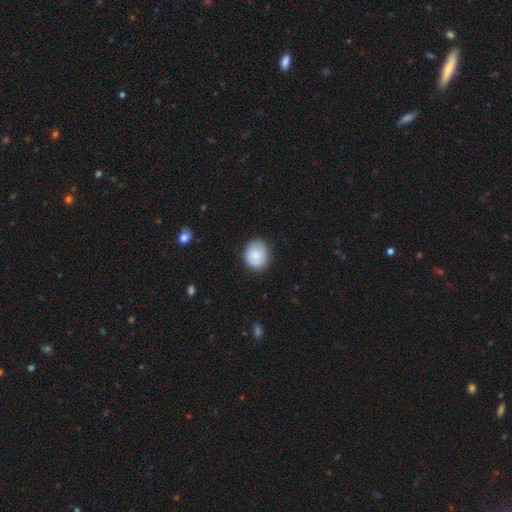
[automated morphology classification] Q: Smooth or featured?
A: smooth (85%); runner-up: featured or disk (9%)
Q: How rounded?
A: round (61%); runner-up: in between (38%)
Q: Merging?
A: none (84%); runner-up: minor disturbance (12%)